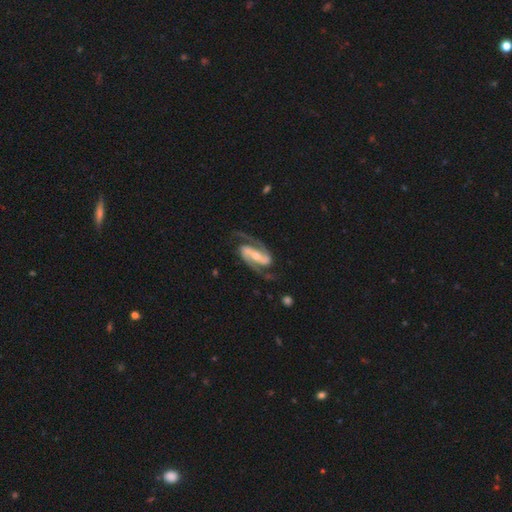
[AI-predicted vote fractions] Smooth or featured? Predicted: featured or disk (p=0.92). Edge-on disk? Predicted: no (p=0.96). Bar? Predicted: strong (p=0.65). Spiral arms? Predicted: yes (p=0.98). Spiral winding? Predicted: medium (p=0.57). Spiral arm count? Predicted: 2 (p=0.94). Bulge size? Predicted: moderate (p=0.47). Merging? Predicted: none (p=0.78).